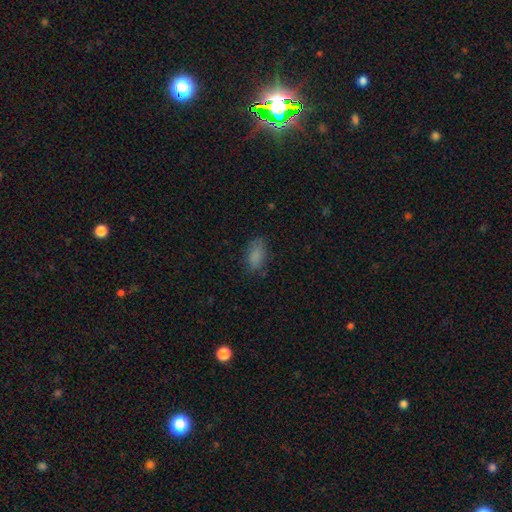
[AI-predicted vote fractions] A smooth galaxy with no disk features (83%) that is in between round and cigar-shaped (90%). Merging: none (74%).